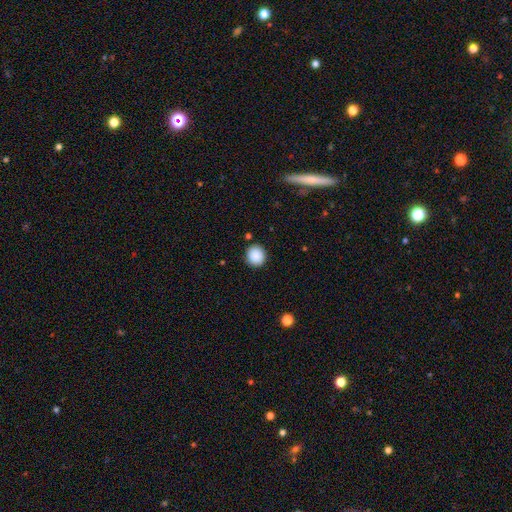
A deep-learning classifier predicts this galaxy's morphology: Smooth or featured? smooth (89%)
How rounded? round (86%)
Merging? none (89%)